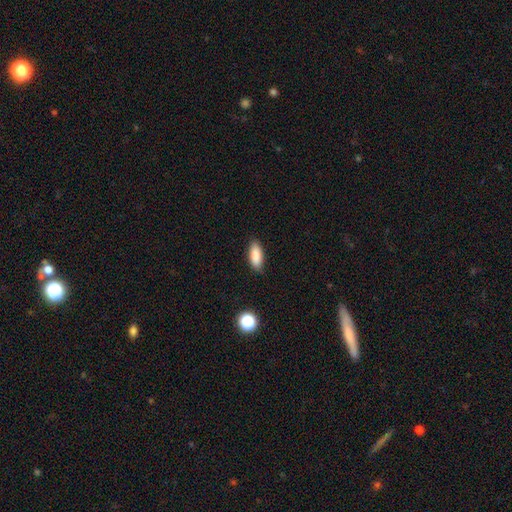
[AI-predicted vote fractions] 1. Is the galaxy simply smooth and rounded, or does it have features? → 88% smooth, 7% star or artifact, 5% featured or disk.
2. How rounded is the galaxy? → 78% in between, 19% cigar-shaped, 2% round.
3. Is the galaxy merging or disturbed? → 84% none, 12% minor disturbance, 2% major disturbance, 1% merger.